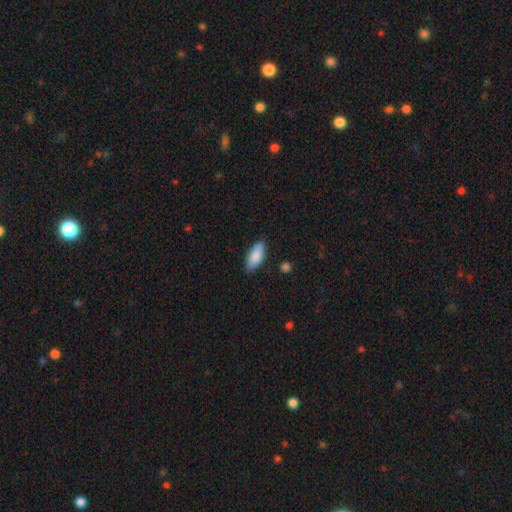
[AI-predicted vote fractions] Smooth or featured? smooth (85%)
How rounded? in between (77%)
Merging? none (81%)